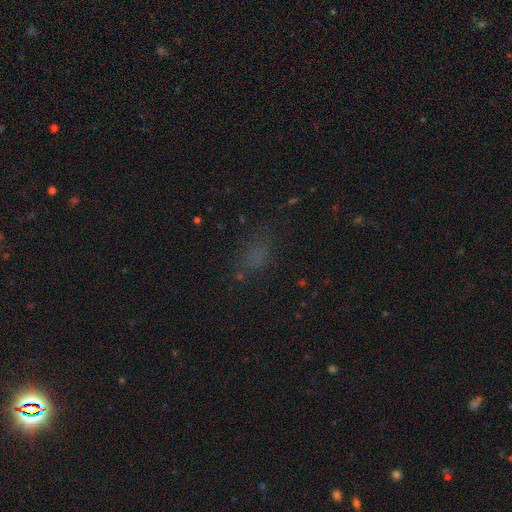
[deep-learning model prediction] Overall: smooth (61%; star or artifact 28%). How rounded: in between (75%). Merging: none (63%).